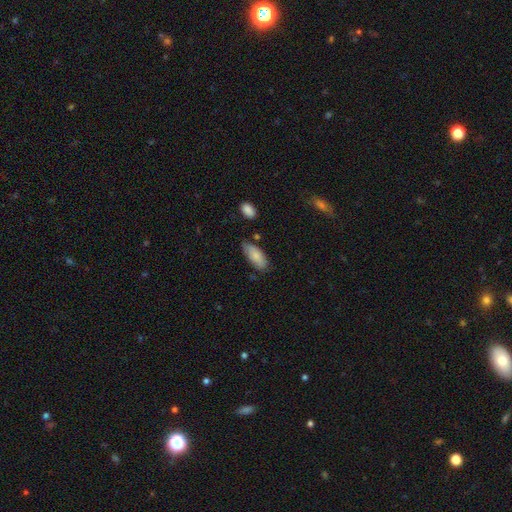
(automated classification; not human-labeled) smooth 82%, featured or disk 12%, star or artifact 6%. Down the decision tree: how rounded — in between (86%); merging — none (67%).